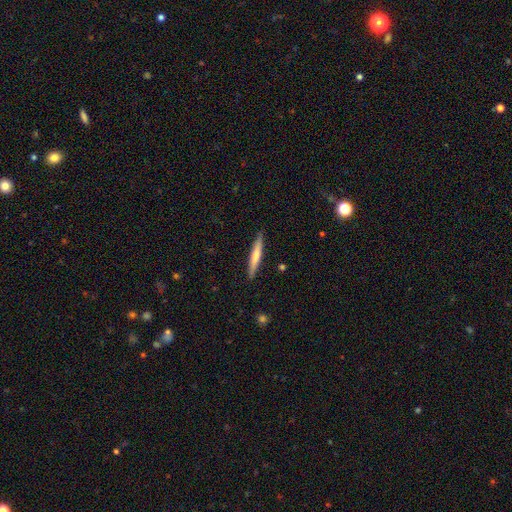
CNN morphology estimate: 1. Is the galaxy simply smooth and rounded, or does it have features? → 61% smooth, 34% featured or disk, 5% star or artifact.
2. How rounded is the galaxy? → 94% cigar-shaped, 5% in between, 1% round.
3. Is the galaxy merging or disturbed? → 89% none, 8% minor disturbance, 1% major disturbance, 1% merger.